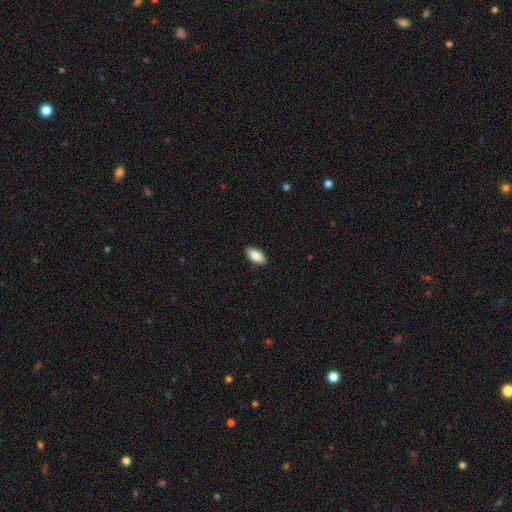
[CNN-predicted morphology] Smooth or featured? smooth (86%)
How rounded? in between (90%)
Merging? none (89%)